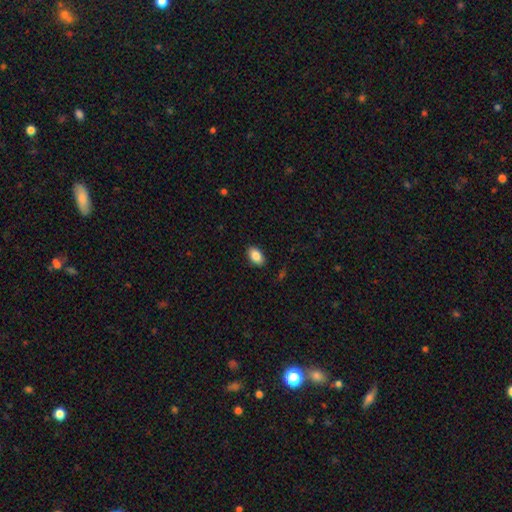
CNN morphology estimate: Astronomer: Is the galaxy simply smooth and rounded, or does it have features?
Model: smooth — 87%.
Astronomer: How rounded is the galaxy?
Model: in between — 91%.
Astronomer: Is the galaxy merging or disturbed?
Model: none — 89%.